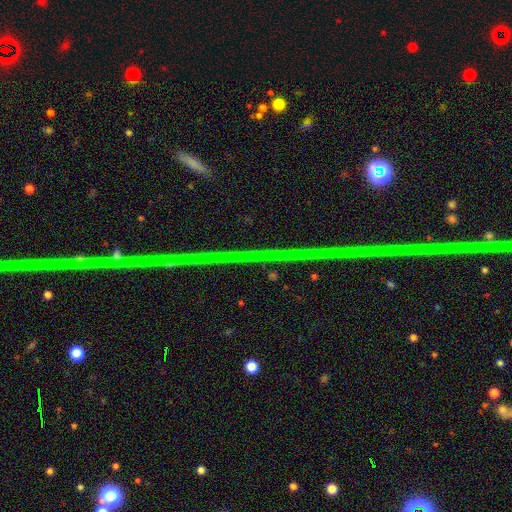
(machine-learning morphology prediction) type=star or artifact (84%).